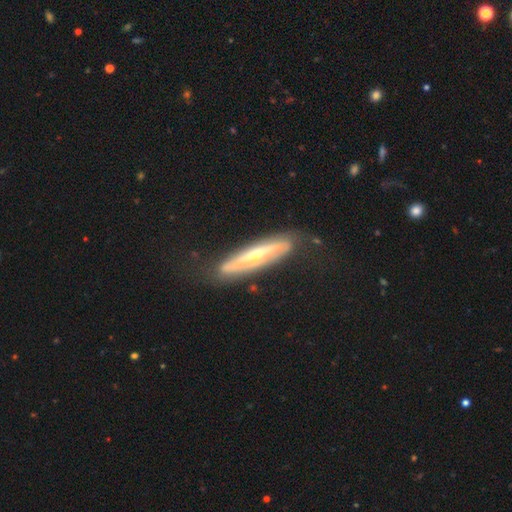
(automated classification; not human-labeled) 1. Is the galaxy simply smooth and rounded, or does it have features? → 69% featured or disk, 26% smooth, 6% star or artifact.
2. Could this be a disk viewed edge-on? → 64% yes, 36% no.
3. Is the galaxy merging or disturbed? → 70% none, 20% minor disturbance, 7% major disturbance, 2% merger.